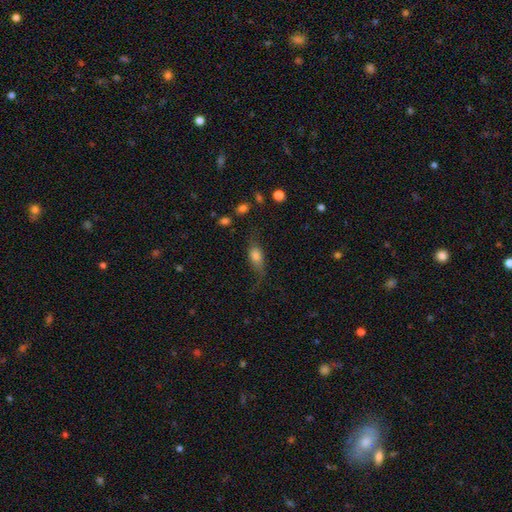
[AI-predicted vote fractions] Smooth or featured? Predicted: smooth (p=0.69). How rounded? Predicted: in between (p=0.77). Merging? Predicted: none (p=0.49).